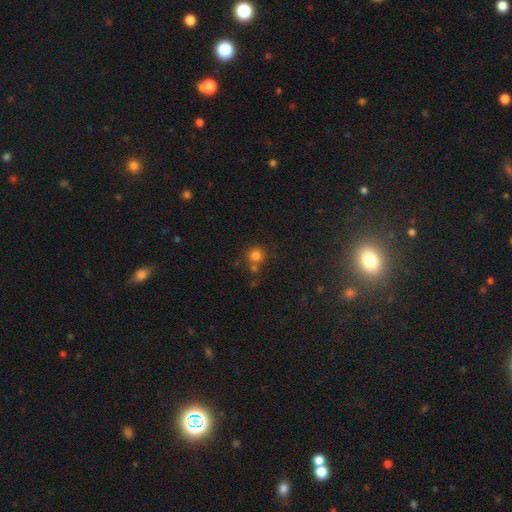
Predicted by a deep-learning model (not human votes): A smooth galaxy with no disk features (80%) that is round (92%).

Vote fractions:
- Smooth or featured? smooth: 80% / star or artifact: 14% / featured or disk: 6%
- How rounded? round: 92% / in between: 8% / cigar-shaped: 1%
- Merging? none: 62% / merger: 24% / minor disturbance: 10% / major disturbance: 4%